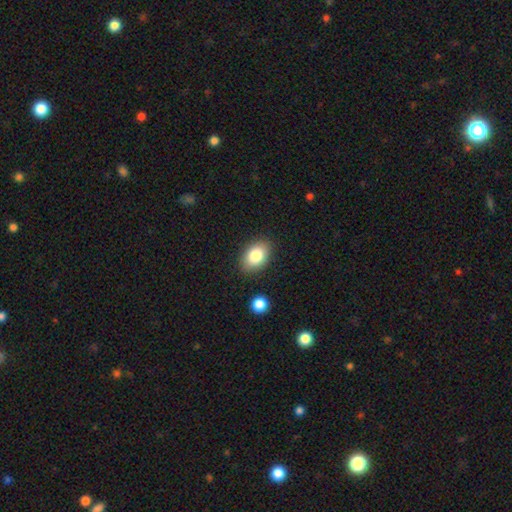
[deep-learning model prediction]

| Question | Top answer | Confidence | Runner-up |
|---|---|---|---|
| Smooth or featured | smooth | 83% | featured or disk (9%) |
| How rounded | in between | 86% | round (13%) |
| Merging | none | 86% | minor disturbance (9%) |